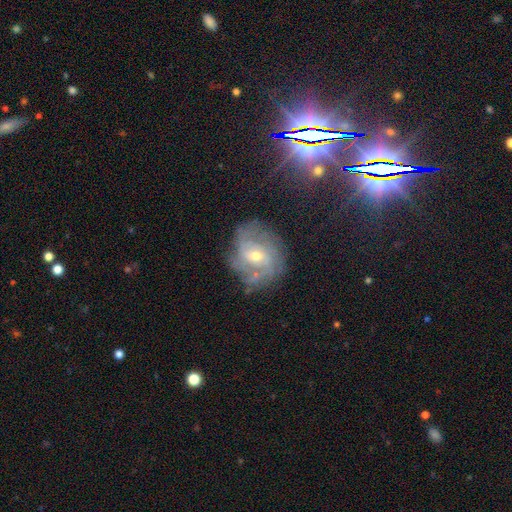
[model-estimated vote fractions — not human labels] Smooth or featured? featured or disk (78%)
Edge-on disk? no (97%)
Bar? no (46%)
Spiral arms? yes (92%)
Spiral winding? tight (51%)
Spiral arm count? can't tell (37%)
Bulge size? small (50%)
Merging? none (68%)